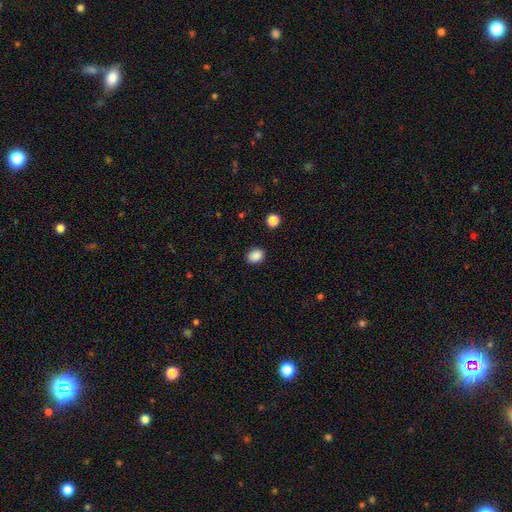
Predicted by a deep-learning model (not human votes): The model was most divided on "how rounded": in between: 62%, round: 37%, cigar-shaped: 1%. More confident: merging — none (88%); smooth or featured — smooth (88%).